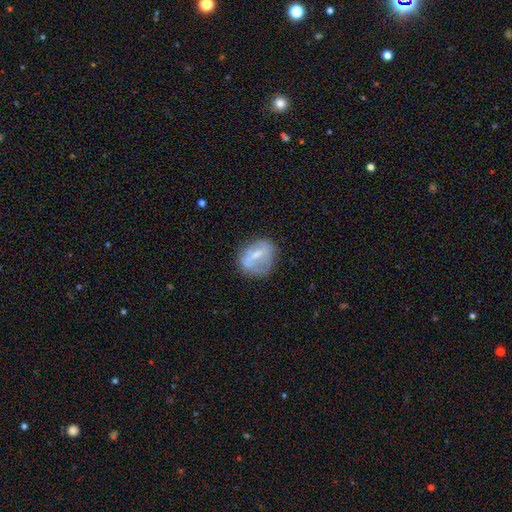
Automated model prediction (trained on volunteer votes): This appears to be a featured or disk galaxy (47%). Merging: none (62%).